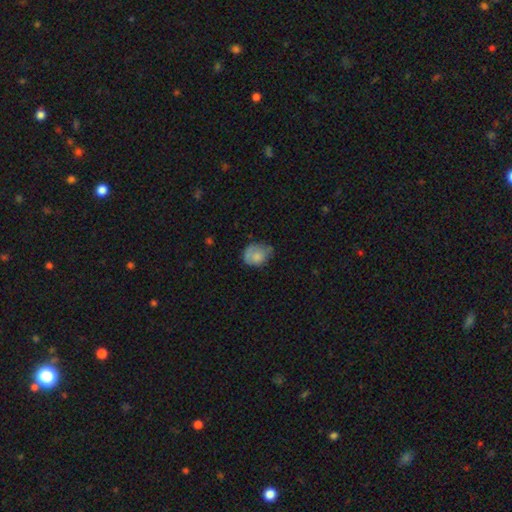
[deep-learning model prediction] Smooth or featured? smooth (72%)
How rounded? round (56%)
Merging? none (45%)